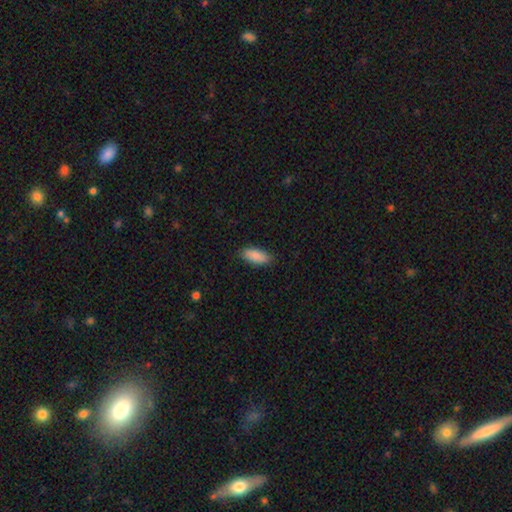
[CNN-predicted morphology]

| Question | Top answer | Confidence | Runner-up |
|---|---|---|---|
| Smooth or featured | smooth | 89% | star or artifact (6%) |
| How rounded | in between | 85% | cigar-shaped (13%) |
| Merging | none | 87% | minor disturbance (10%) |